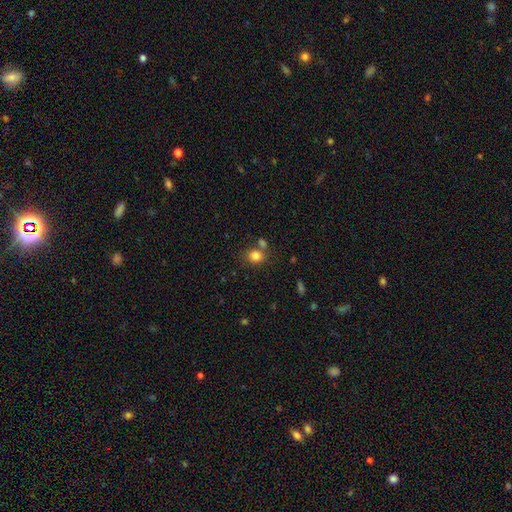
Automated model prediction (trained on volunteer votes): The model was most divided on "how rounded": round: 69%, in between: 30%, cigar-shaped: 1%. More confident: smooth or featured — smooth (82%); merging — none (65%).